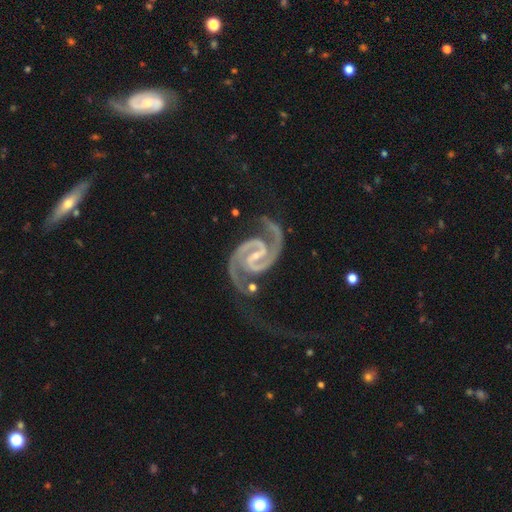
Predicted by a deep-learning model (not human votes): Smooth or featured: featured or disk — 95% (star or artifact — 3%)
Edge-on disk: no — 98% (yes — 2%)
Bar: weak — 41% (tied with strong — 41%)
Spiral arms: yes — 99% (no — 1%)
Spiral winding: medium — 56% (tight — 32%)
Spiral arm count: 2 — 94% (3 — 1%)
Bulge size: small — 75% (moderate — 18%)
Merging: none — 59% (minor disturbance — 19%)